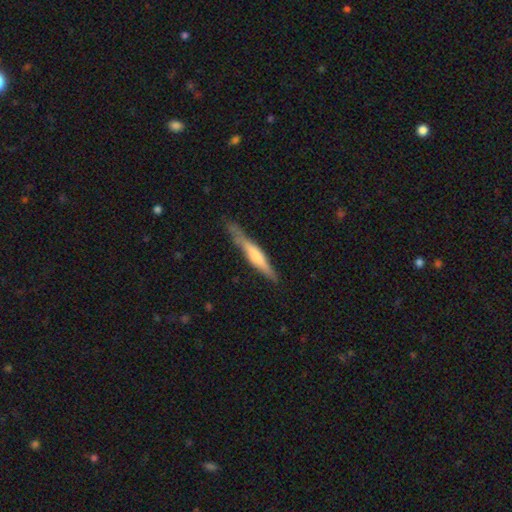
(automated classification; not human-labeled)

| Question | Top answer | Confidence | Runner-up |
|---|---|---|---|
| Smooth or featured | featured or disk | 61% | smooth (33%) |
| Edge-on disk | yes | 96% | no (4%) |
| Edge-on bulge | rounded | 62% | none (19%) |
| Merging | none | 76% | minor disturbance (19%) |